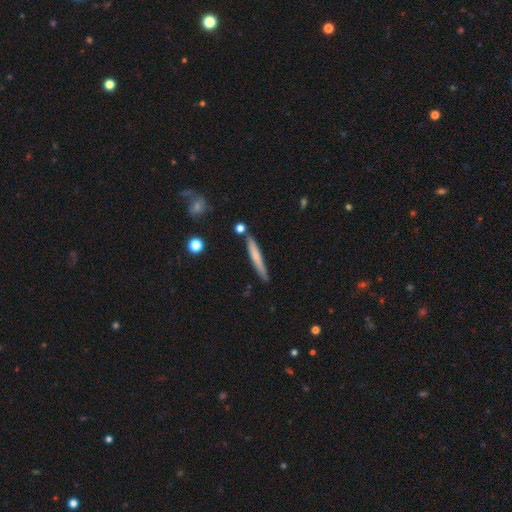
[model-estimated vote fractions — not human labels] smooth 61%, featured or disk 33%, star or artifact 6%. Down the decision tree: how rounded — cigar-shaped (95%); merging — none (82%).